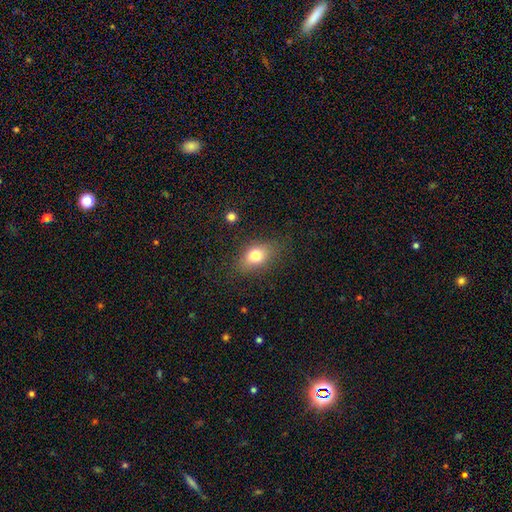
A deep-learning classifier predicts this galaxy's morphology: Smooth or featured: smooth — 77% (featured or disk — 13%)
How rounded: in between — 78% (round — 19%)
Merging: none — 79% (minor disturbance — 15%)